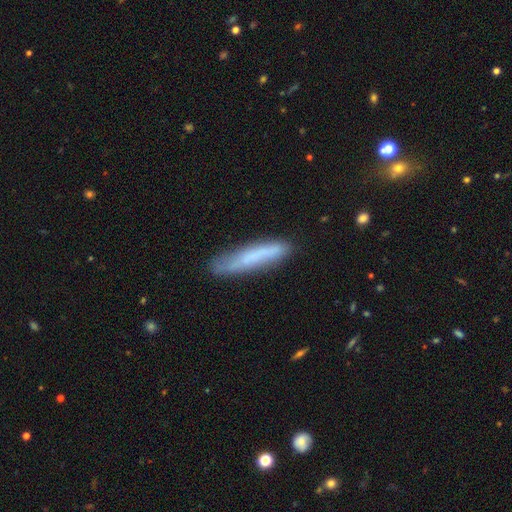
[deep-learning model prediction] smooth 63%, featured or disk 30%, star or artifact 7%. Down the decision tree: how rounded — cigar-shaped (87%); merging — none (75%).